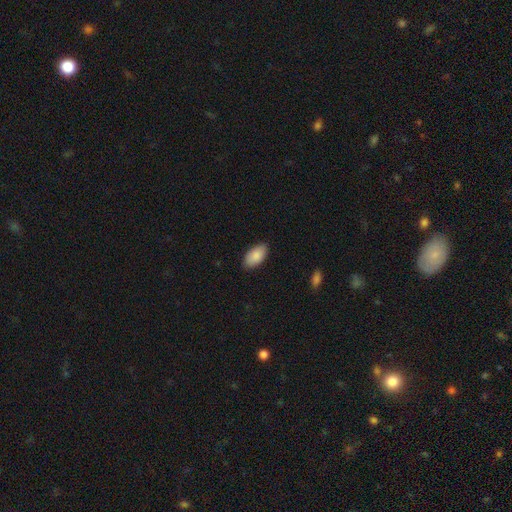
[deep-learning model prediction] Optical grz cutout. It shows a smooth galaxy with no disk features (87%) that is in between round and cigar-shaped (95%). Merging: none (86%).